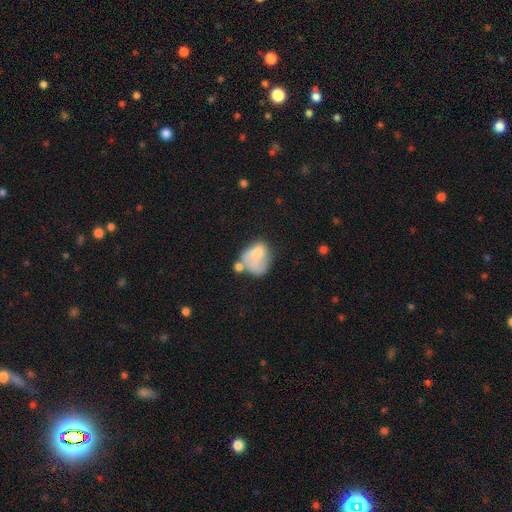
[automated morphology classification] Smooth or featured: smooth — 62% (featured or disk — 28%)
How rounded: in between — 59% (round — 40%)
Merging: merger — 32% (major disturbance — 24%)